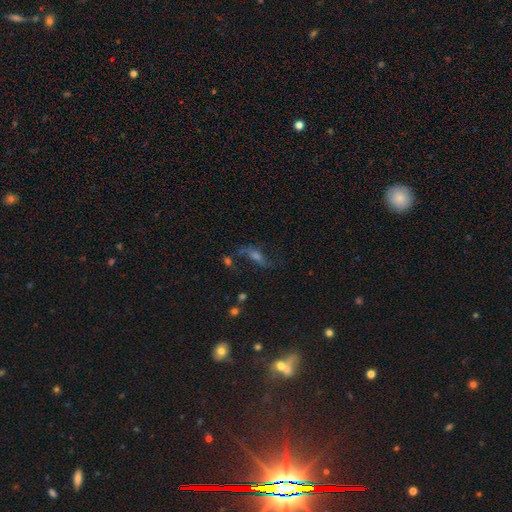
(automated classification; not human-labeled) Smooth or featured? featured or disk (58%)
Edge-on disk? no (80%)
Merging? none (59%)